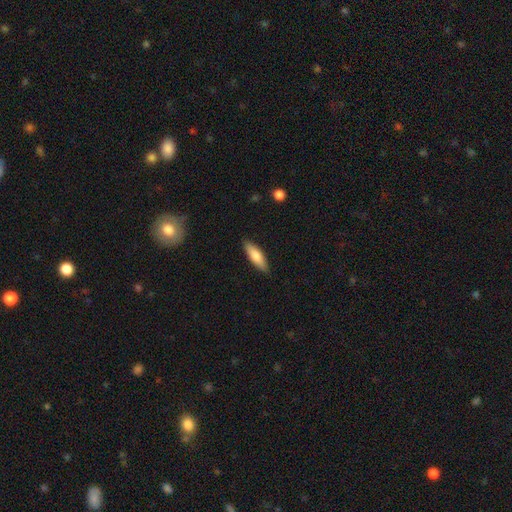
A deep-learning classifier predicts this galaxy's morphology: Smooth or featured?
  - smooth: 75% *
  - featured or disk: 19%
  - star or artifact: 5%
How rounded?
  - cigar-shaped: 52% *
  - in between: 46%
  - round: 2%
Merging?
  - none: 87% *
  - minor disturbance: 10%
  - major disturbance: 2%
  - merger: 1%